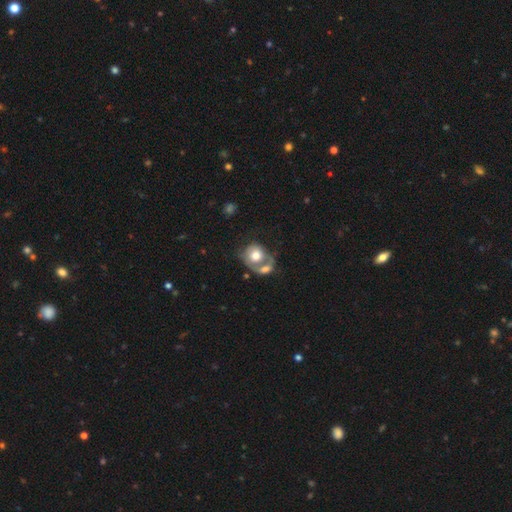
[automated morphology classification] A smooth galaxy with no disk features (63%) that is round (68%).

Vote fractions:
- Smooth or featured? smooth: 63% / featured or disk: 30% / star or artifact: 7%
- How rounded? round: 68% / in between: 31% / cigar-shaped: 1%
- Merging? merger: 58% / none: 21% / major disturbance: 10% / minor disturbance: 10%